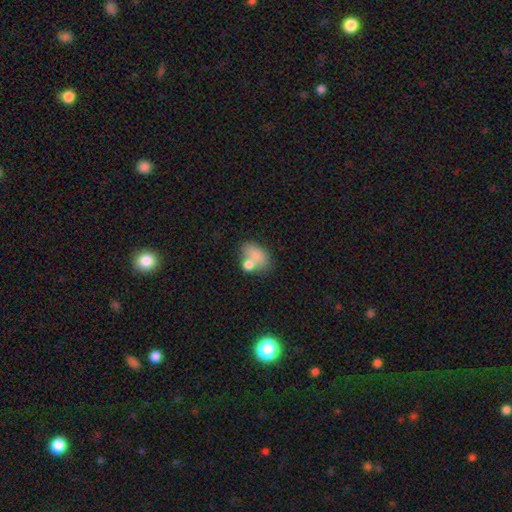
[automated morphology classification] smooth_or_featured: smooth (p=0.74) [alt: featured or disk p=0.16]
how_rounded: in between (p=0.77) [alt: round p=0.21]
merging: merger (p=0.37) [alt: none p=0.36]